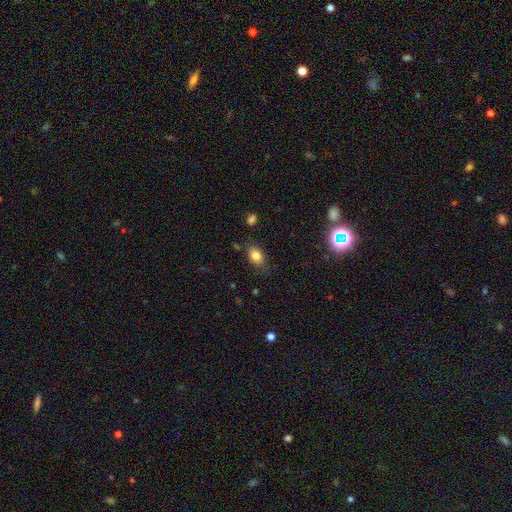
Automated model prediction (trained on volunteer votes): Smooth or featured?
  - smooth: 82% *
  - star or artifact: 10%
  - featured or disk: 8%
How rounded?
  - in between: 80% *
  - round: 19%
  - cigar-shaped: 2%
Merging?
  - none: 75% *
  - minor disturbance: 18%
  - major disturbance: 4%
  - merger: 3%